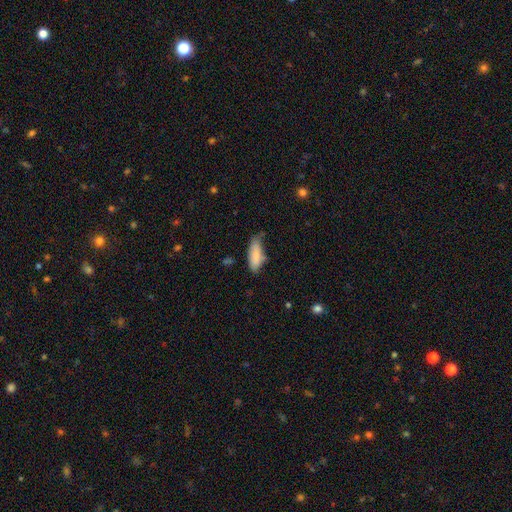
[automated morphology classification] Overall: smooth (84%). How rounded: in between (72%). Merging: none (53%; minor disturbance 36%).